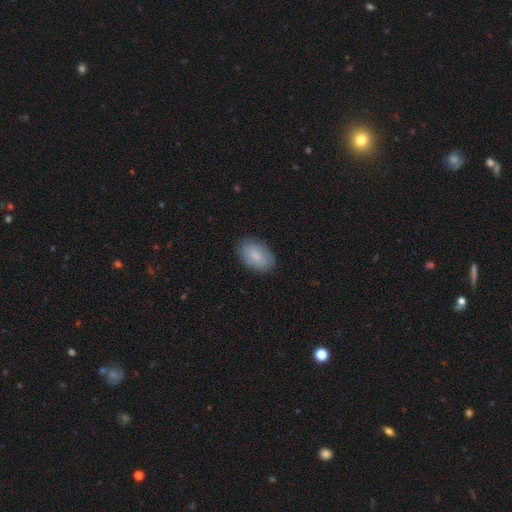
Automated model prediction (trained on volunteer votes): A smooth galaxy with no disk features (79%) that is in between round and cigar-shaped (92%). Merging: none (83%).